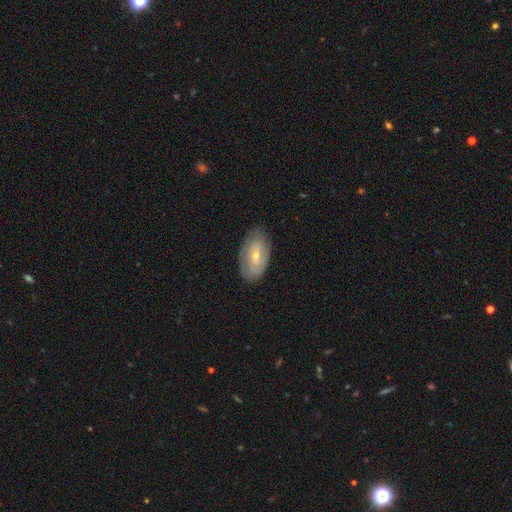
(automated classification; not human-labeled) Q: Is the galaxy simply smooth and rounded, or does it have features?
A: featured or disk — 56%.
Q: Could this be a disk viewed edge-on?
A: no — 90%.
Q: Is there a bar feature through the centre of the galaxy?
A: no — 56%.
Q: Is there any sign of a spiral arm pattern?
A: yes — 54%.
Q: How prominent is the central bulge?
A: small — 56%.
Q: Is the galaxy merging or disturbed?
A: none — 79%.